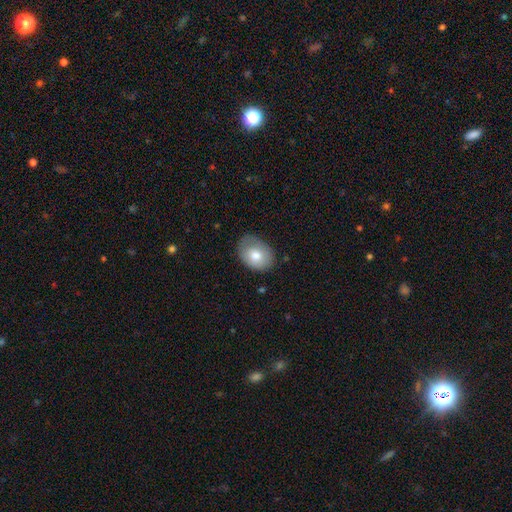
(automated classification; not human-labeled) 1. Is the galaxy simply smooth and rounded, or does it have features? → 76% smooth, 17% featured or disk, 7% star or artifact.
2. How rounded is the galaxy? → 73% in between, 26% round, 1% cigar-shaped.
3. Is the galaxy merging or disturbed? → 66% none, 26% minor disturbance, 6% major disturbance, 1% merger.